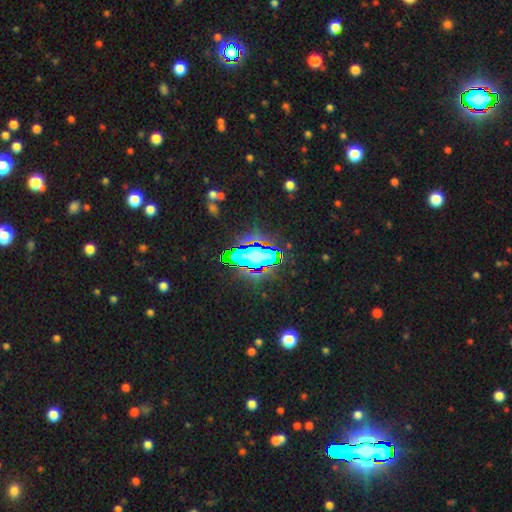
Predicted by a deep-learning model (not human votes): This is likely a star or artifact rather than a galaxy (63%).